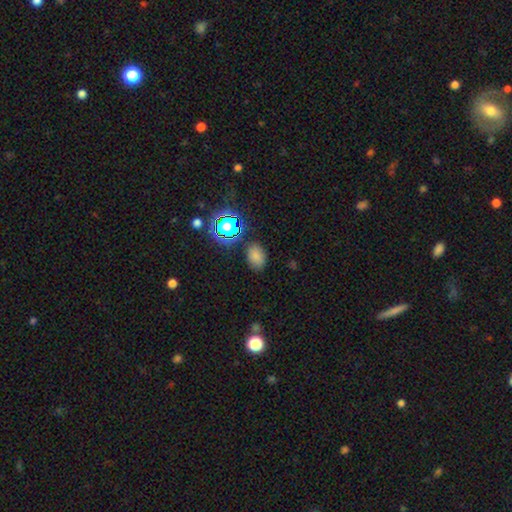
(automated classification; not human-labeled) Smooth or featured? Predicted: smooth (p=0.73). How rounded? Predicted: in between (p=0.82). Merging? Predicted: none (p=0.81).